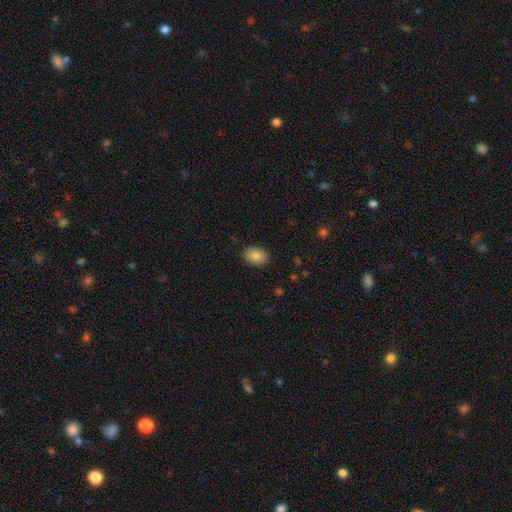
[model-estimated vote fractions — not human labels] This is clearly a smooth galaxy (87%). How rounded: clearly in between (84%). Merging: clearly none (89%).